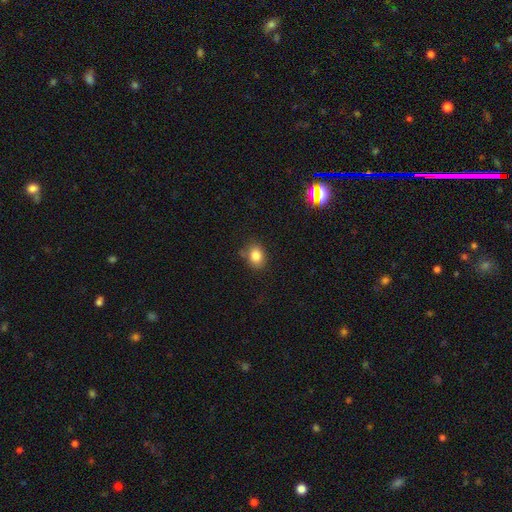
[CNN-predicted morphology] This is clearly a smooth galaxy (83%). How rounded: possibly in between (57%). Merging: likely none (75%).